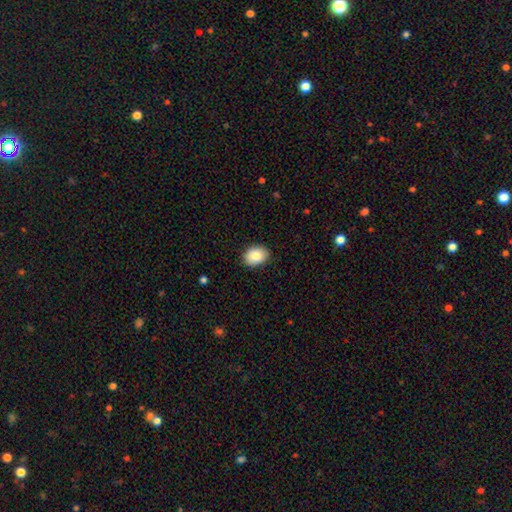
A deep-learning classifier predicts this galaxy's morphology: Q: Smooth or featured?
A: smooth (86%); runner-up: featured or disk (7%)
Q: How rounded?
A: in between (69%); runner-up: round (30%)
Q: Merging?
A: none (89%); runner-up: minor disturbance (8%)